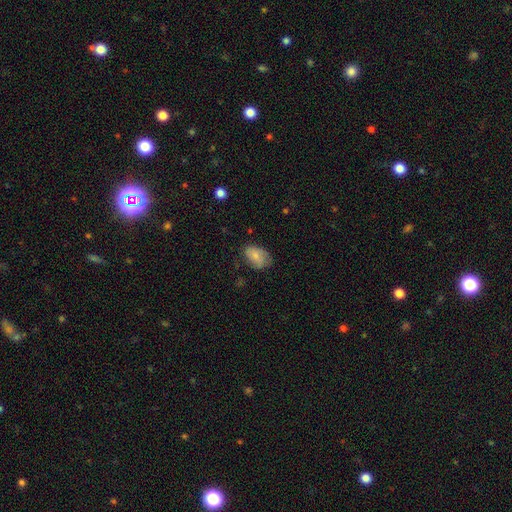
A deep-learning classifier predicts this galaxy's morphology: type=smooth (75%); roundness=in between (87%); merging=none (63%).